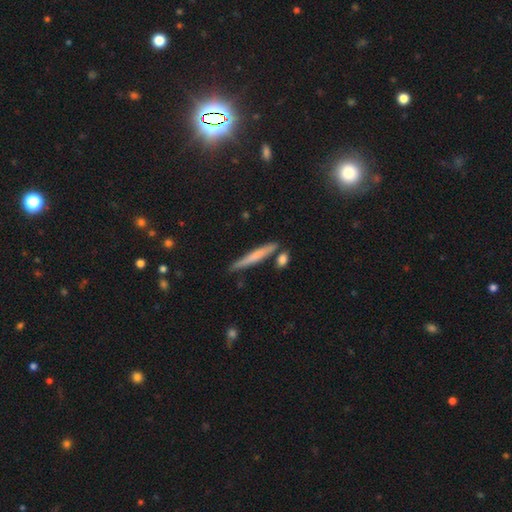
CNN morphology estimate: Smooth or featured: smooth — 59% (featured or disk — 34%)
How rounded: cigar-shaped — 95% (in between — 4%)
Merging: none — 81% (minor disturbance — 11%)